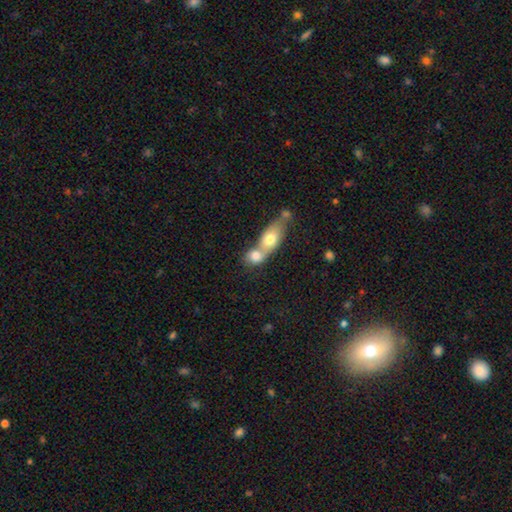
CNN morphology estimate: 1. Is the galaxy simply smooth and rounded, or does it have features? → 74% smooth, 18% featured or disk, 8% star or artifact.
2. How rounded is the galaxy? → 53% in between, 41% round, 6% cigar-shaped.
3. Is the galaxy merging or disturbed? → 72% merger, 20% none, 5% minor disturbance, 3% major disturbance.